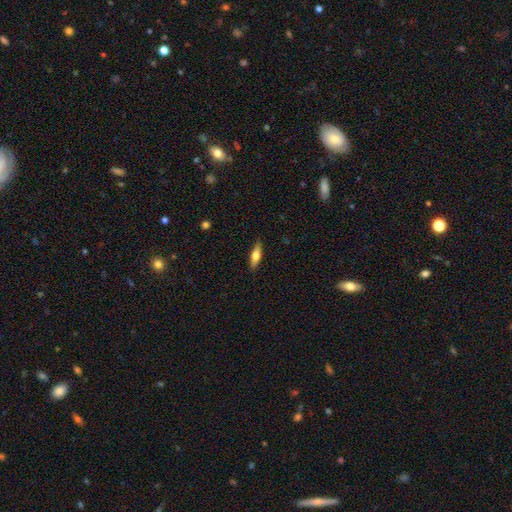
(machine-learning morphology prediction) type=smooth (55%); roundness=cigar-shaped (52%); merging=none (87%).